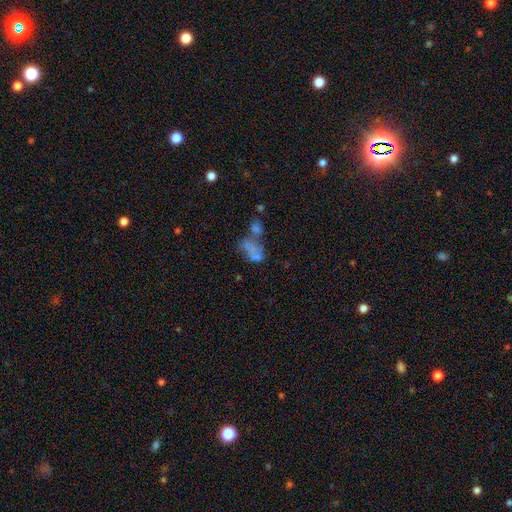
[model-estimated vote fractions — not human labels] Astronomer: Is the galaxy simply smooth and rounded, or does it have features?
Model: smooth — 47% (runner-up: featured or disk, 35%).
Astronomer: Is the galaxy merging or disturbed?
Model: merger — 48%.